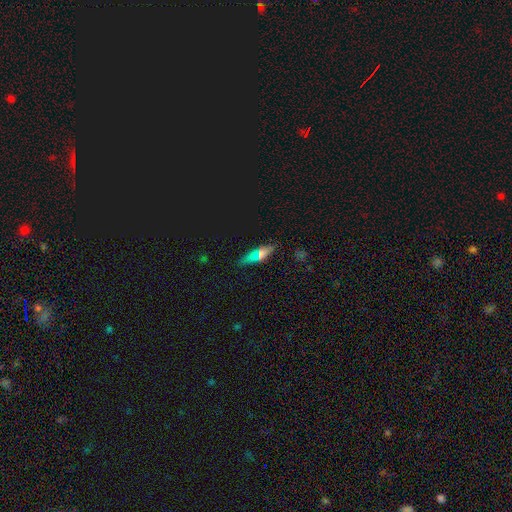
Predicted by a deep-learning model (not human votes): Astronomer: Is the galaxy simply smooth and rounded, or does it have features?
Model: smooth — 62%.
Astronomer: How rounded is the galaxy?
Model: in between — 51% (runner-up: cigar-shaped, 44%).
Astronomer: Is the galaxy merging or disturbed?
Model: none — 86%.